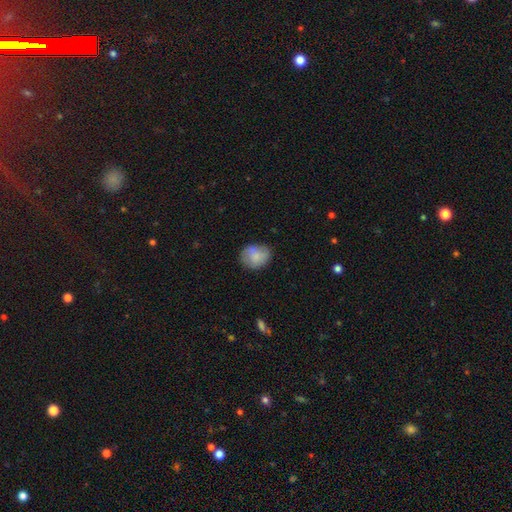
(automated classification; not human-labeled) Smooth or featured? Predicted: smooth (p=0.77). How rounded? Predicted: round (p=0.60). Merging? Predicted: none (p=0.71).